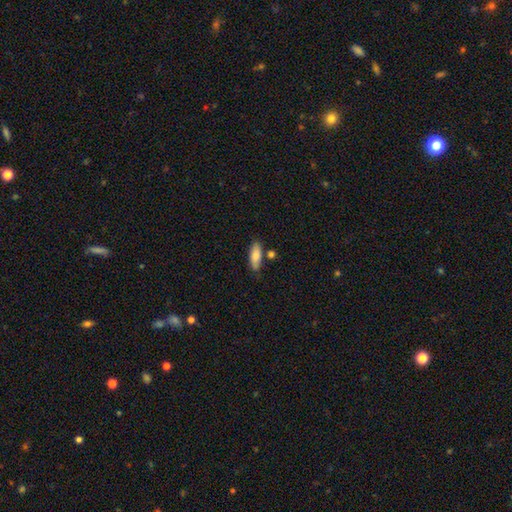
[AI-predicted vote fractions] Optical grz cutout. It shows a smooth galaxy with no disk features (84%) that is in between round and cigar-shaped (71%). Merging: none (74%).